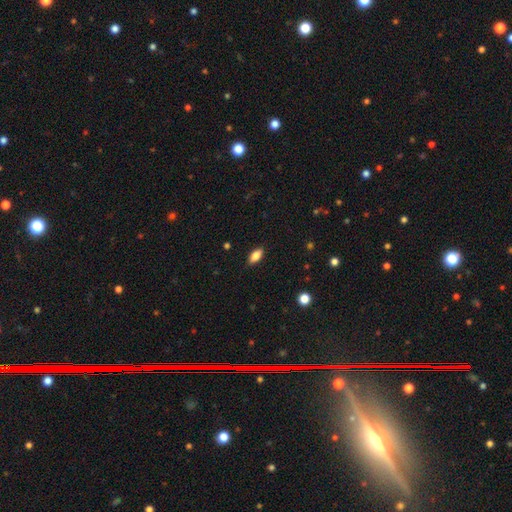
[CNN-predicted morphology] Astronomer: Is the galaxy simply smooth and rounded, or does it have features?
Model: smooth — 83%.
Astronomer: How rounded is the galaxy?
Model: in between — 87%.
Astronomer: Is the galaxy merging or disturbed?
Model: none — 87%.